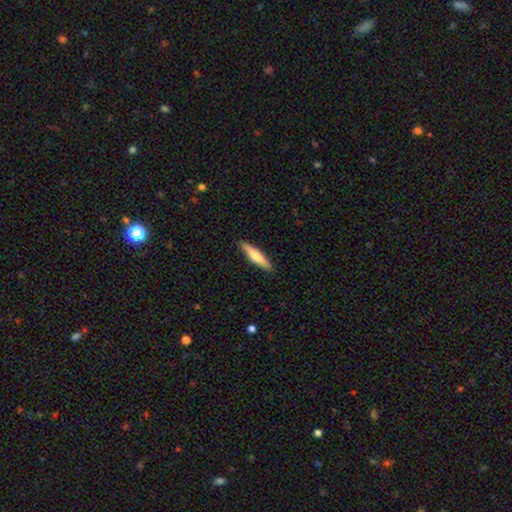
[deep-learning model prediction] smooth_or_featured: smooth (p=0.60) [alt: featured or disk p=0.35]
how_rounded: cigar-shaped (p=0.83) [alt: in between p=0.15]
merging: none (p=0.90) [alt: minor disturbance p=0.07]